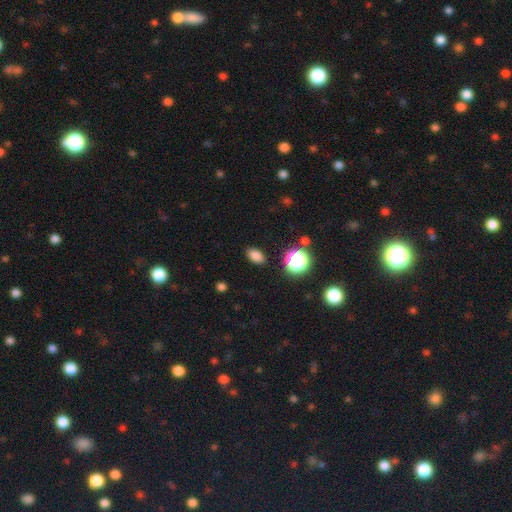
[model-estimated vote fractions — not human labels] Smooth or featured: smooth — 81% (star or artifact — 14%)
How rounded: in between — 85% (round — 13%)
Merging: none — 88% (minor disturbance — 8%)